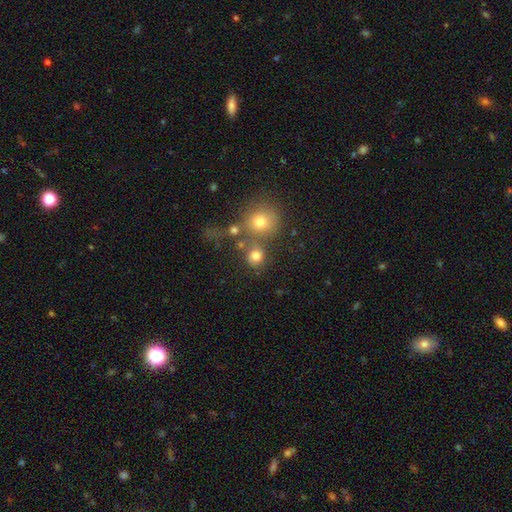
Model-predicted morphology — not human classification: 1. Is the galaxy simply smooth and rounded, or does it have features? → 76% smooth, 15% star or artifact, 9% featured or disk.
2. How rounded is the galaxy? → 85% round, 14% in between, 1% cigar-shaped.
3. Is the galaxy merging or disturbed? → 60% none, 23% merger, 10% minor disturbance, 6% major disturbance.